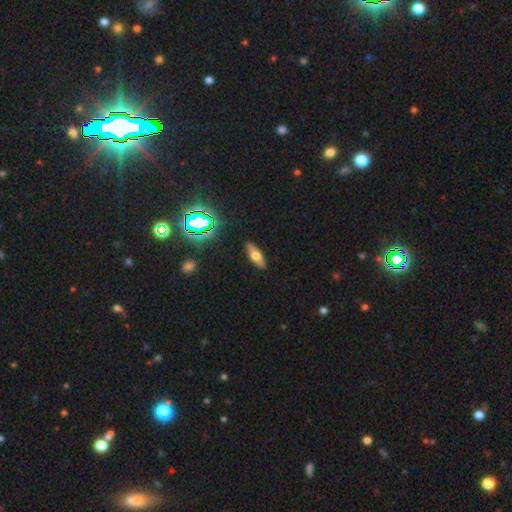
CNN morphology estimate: Overall: smooth (52%; featured or disk 36%). How rounded: in between (61%; cigar-shaped 35%). Merging: none (88%).